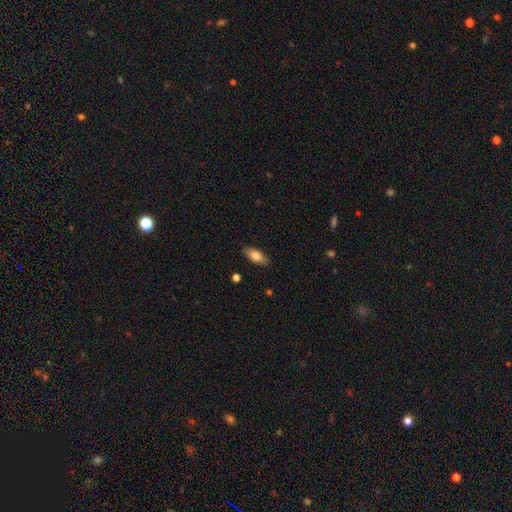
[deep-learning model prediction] smooth_or_featured: smooth (p=0.78) [alt: featured or disk p=0.16]
how_rounded: in between (p=0.81) [alt: cigar-shaped p=0.16]
merging: none (p=0.87) [alt: minor disturbance p=0.10]